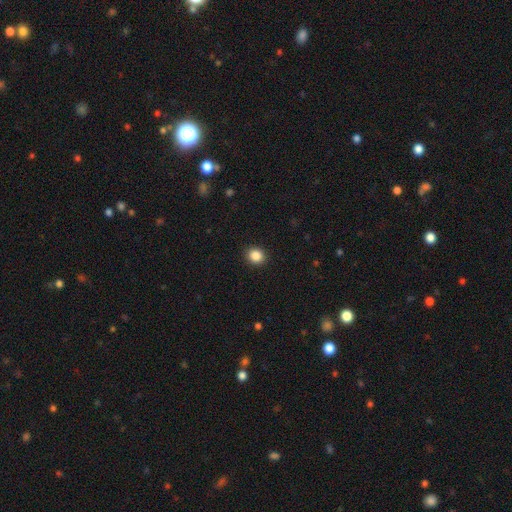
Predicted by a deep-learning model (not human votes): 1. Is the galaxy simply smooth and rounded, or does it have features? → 87% smooth, 10% star or artifact, 4% featured or disk.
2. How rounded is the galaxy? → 80% round, 19% in between, 1% cigar-shaped.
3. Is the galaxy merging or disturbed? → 92% none, 5% minor disturbance, 2% major disturbance, 1% merger.